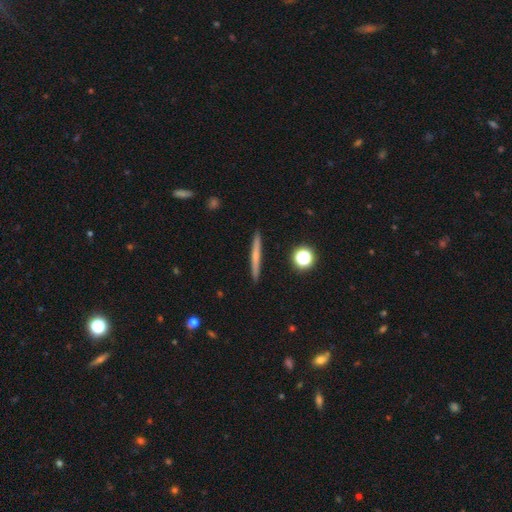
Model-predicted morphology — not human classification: A smooth galaxy with no disk features (53%) that is cigar-shaped (95%). Merging: none (92%).